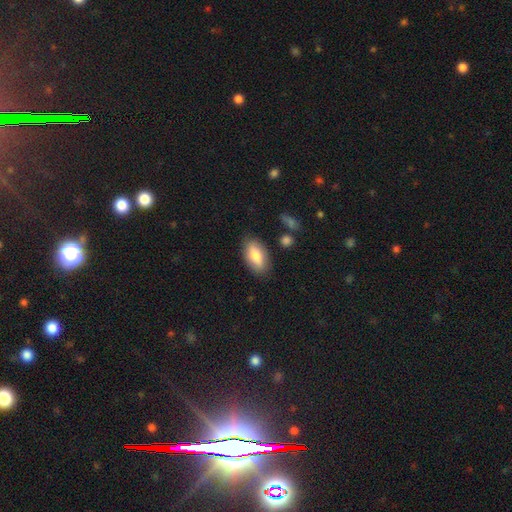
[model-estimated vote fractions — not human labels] smooth_or_featured: smooth (p=0.78) [alt: featured or disk p=0.16]
how_rounded: in between (p=0.90) [alt: cigar-shaped p=0.06]
merging: none (p=0.81) [alt: minor disturbance p=0.14]